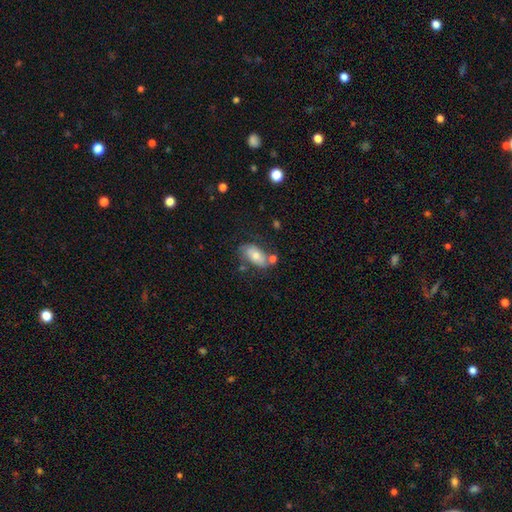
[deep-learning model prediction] Q: Smooth or featured?
A: smooth (65%); runner-up: featured or disk (27%)
Q: How rounded?
A: in between (91%); runner-up: round (5%)
Q: Merging?
A: none (60%); runner-up: minor disturbance (20%)